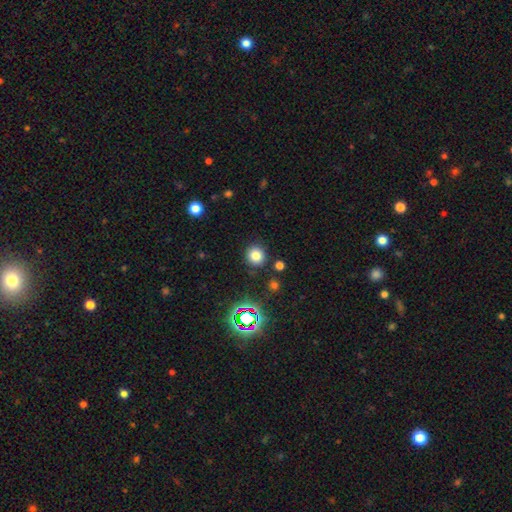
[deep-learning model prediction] A smooth galaxy with no disk features (77%) that is round (90%).

Vote fractions:
- Smooth or featured? smooth: 77% / star or artifact: 17% / featured or disk: 6%
- How rounded? round: 90% / in between: 9% / cigar-shaped: 1%
- Merging? none: 87% / minor disturbance: 7% / merger: 3% / major disturbance: 3%